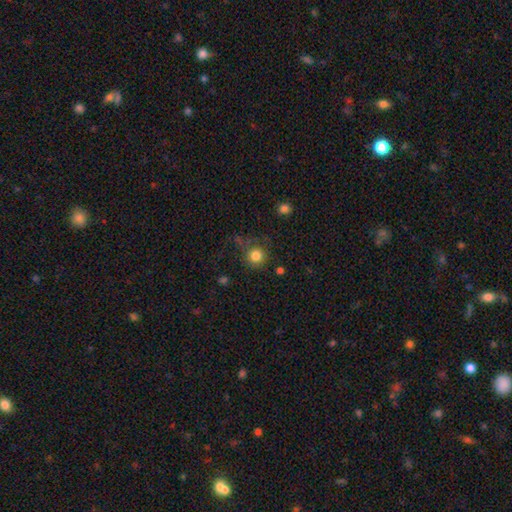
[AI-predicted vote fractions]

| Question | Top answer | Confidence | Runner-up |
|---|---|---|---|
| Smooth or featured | smooth | 82% | star or artifact (12%) |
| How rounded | round | 94% | in between (5%) |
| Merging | none | 75% | minor disturbance (13%) |